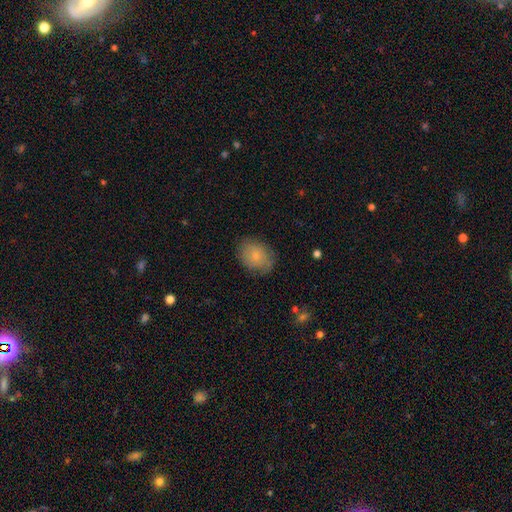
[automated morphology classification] This appears to be a smooth galaxy with no disk features (71%) that is in between round and cigar-shaped (58%). Merging: none (72%).